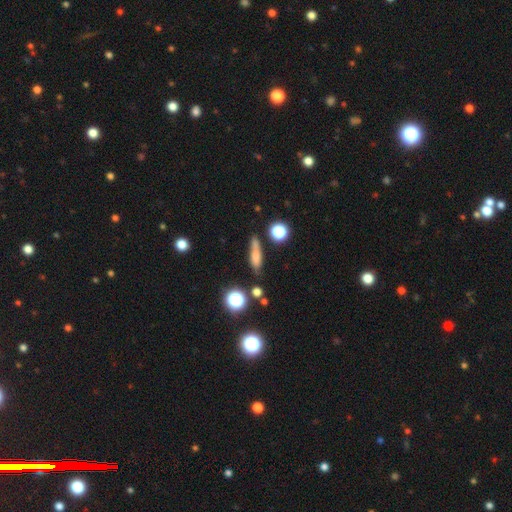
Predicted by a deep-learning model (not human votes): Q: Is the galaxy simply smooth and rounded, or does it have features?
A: smooth — 66%.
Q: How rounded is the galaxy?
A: cigar-shaped — 63%.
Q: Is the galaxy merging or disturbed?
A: none — 65%.